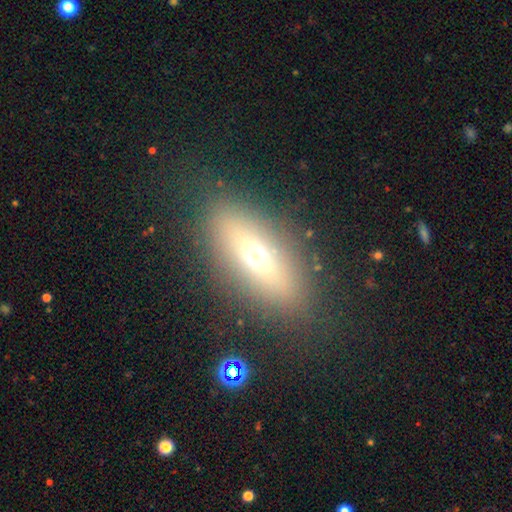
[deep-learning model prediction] A smooth galaxy with no disk features (52%) that is in between round and cigar-shaped (61%). Merging: none (83%).